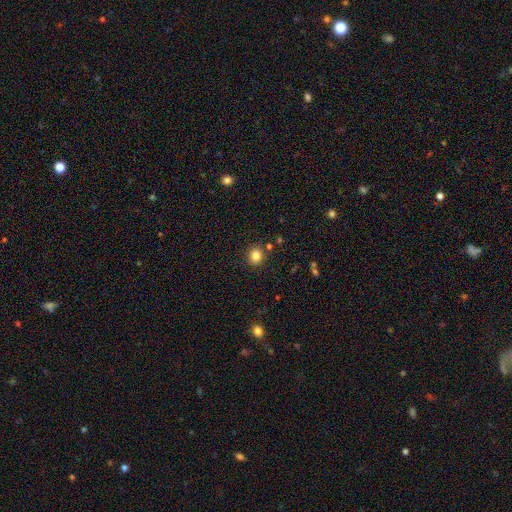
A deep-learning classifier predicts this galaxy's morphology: Smooth or featured? smooth (83%)
How rounded? round (79%)
Merging? none (86%)